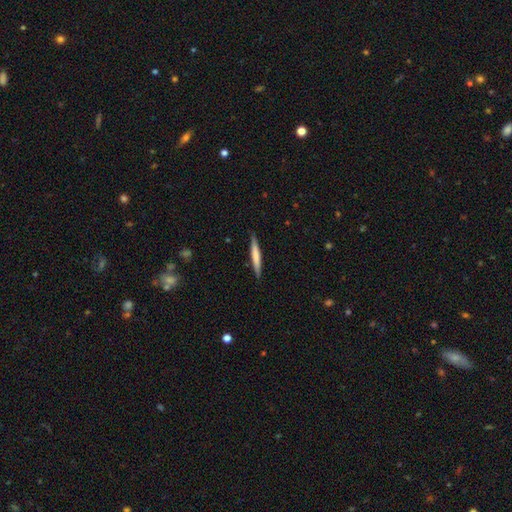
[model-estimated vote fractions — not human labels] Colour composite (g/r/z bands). It shows a smooth galaxy with no disk features (65%) that is cigar-shaped (95%). Merging: none (89%).